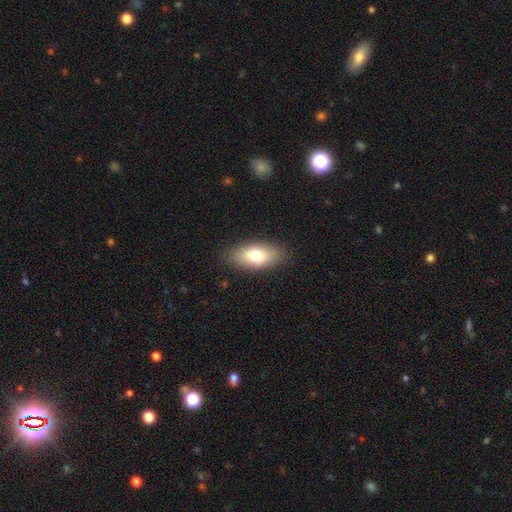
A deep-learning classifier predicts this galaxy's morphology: Q: Smooth or featured?
A: smooth (76%); runner-up: featured or disk (17%)
Q: How rounded?
A: in between (88%); runner-up: cigar-shaped (7%)
Q: Merging?
A: none (86%); runner-up: minor disturbance (10%)